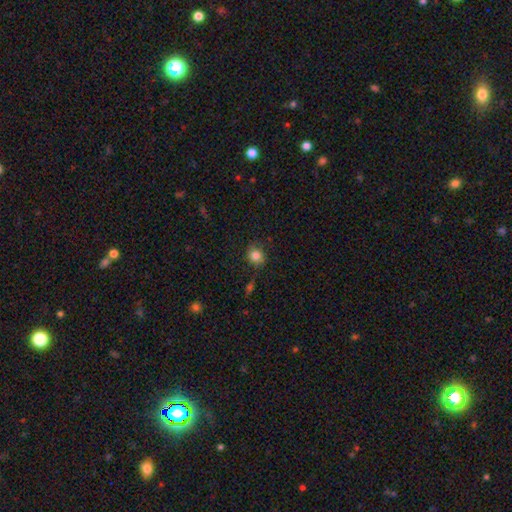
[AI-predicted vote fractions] This appears to be a smooth galaxy with no disk features (83%) that is round (77%). Merging: none (78%).